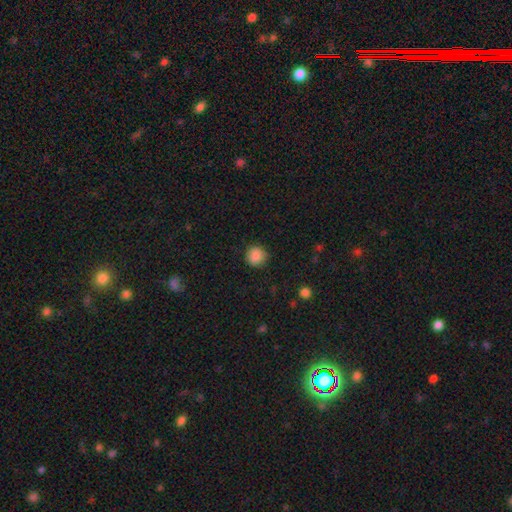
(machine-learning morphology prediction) This appears to be a smooth galaxy with no disk features (87%) that is round (91%). Merging: none (87%).